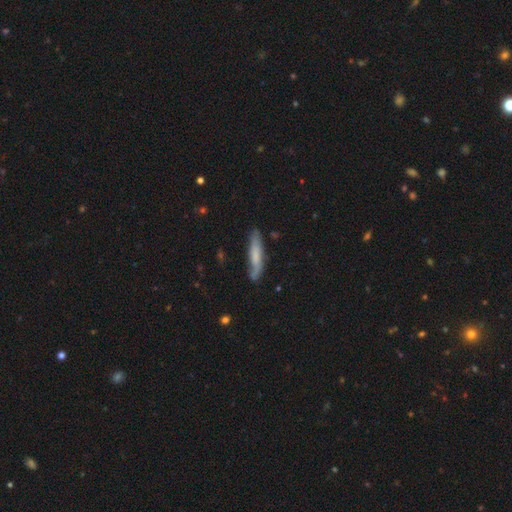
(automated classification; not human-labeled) The model was most divided on "smooth or featured": smooth: 56%, featured or disk: 37%, star or artifact: 6%. More confident: how rounded — cigar-shaped (86%); merging — none (73%).